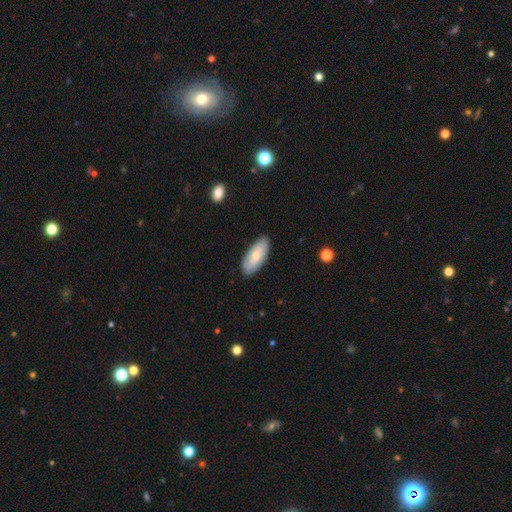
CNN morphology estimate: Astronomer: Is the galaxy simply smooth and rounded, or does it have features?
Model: smooth — 75%.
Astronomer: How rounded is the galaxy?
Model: in between — 85%.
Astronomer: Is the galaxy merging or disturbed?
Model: none — 84%.